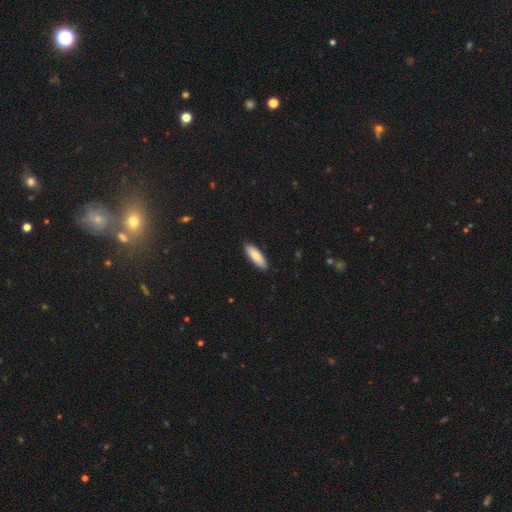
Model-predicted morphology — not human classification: This is clearly a smooth galaxy (84%). How rounded: possibly in between (53%). Merging: clearly none (89%).